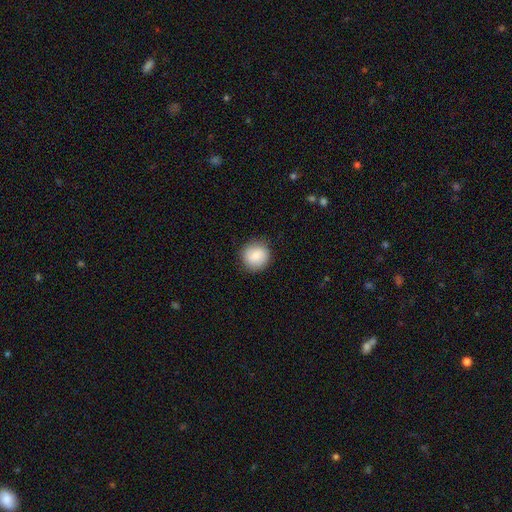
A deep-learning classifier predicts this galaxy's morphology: smooth-or-featured: smooth: 84% | featured or disk: 9% | star or artifact: 8%
  how-rounded: round: 92% | in between: 7% | cigar-shaped: 1%
  merging: none: 88% | minor disturbance: 9% | major disturbance: 2% | merger: 1%